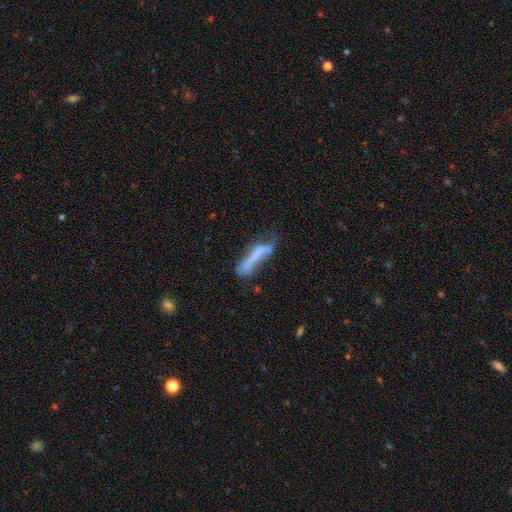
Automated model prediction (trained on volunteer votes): smooth-or-featured: smooth: 51% | featured or disk: 39% | star or artifact: 10%
  how-rounded: cigar-shaped: 79% | in between: 19% | round: 2%
  merging: none: 33% | major disturbance: 28% | minor disturbance: 27% | merger: 12%